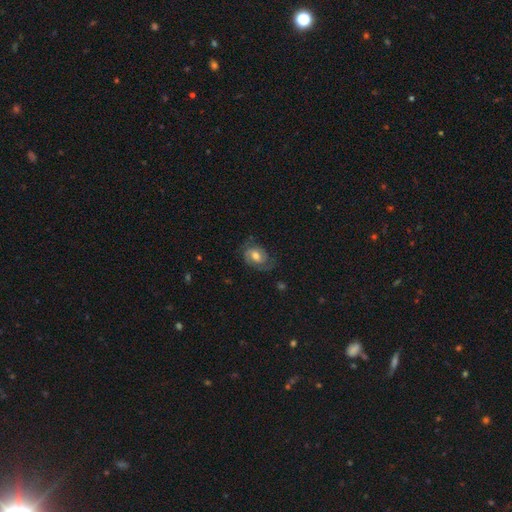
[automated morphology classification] type=featured or disk (70%); edge-on=no (97%); bar=no (49%); spiral arms=yes (91%); winding=medium (43%); arm count=2 (80%); bulge=moderate (69%); merging=none (68%).